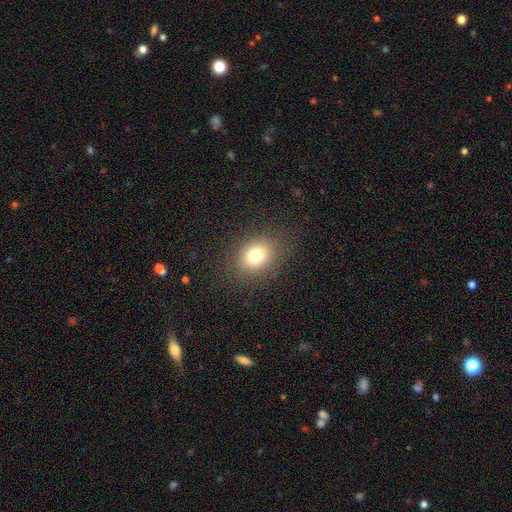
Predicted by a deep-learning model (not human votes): This is likely a smooth galaxy (77%). How rounded: possibly in between (52%). Merging: clearly none (85%).